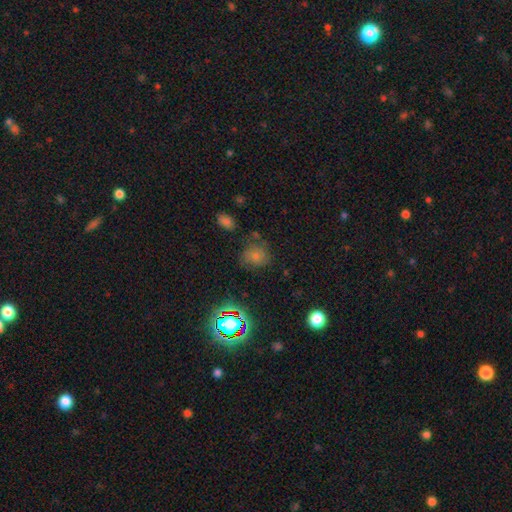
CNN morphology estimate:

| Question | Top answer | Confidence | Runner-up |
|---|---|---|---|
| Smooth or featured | smooth | 63% | star or artifact (22%) |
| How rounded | round | 72% | in between (27%) |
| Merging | none | 64% | minor disturbance (21%) |